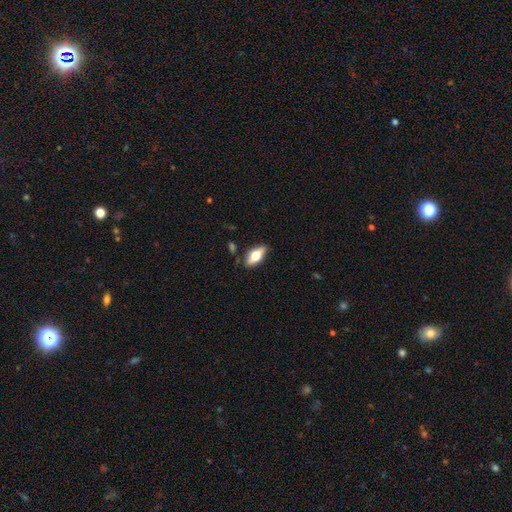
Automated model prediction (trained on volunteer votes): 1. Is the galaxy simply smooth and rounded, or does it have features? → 55% smooth, 38% featured or disk, 7% star or artifact.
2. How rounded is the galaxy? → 81% in between, 15% cigar-shaped, 4% round.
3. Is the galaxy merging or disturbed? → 81% none, 14% minor disturbance, 3% major disturbance, 3% merger.